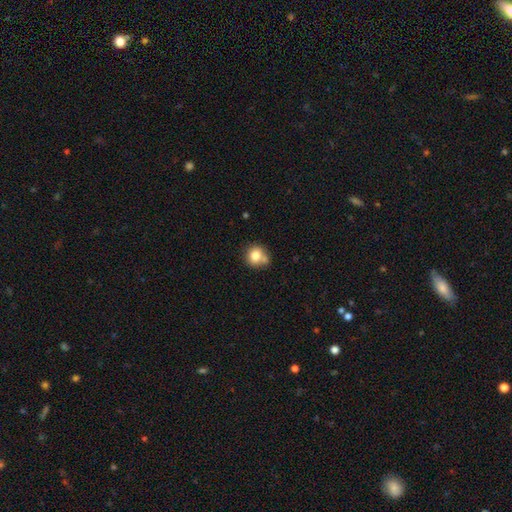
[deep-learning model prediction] Smooth or featured: smooth — 79% (featured or disk — 11%)
How rounded: round — 84% (in between — 15%)
Merging: none — 58% (merger — 19%)